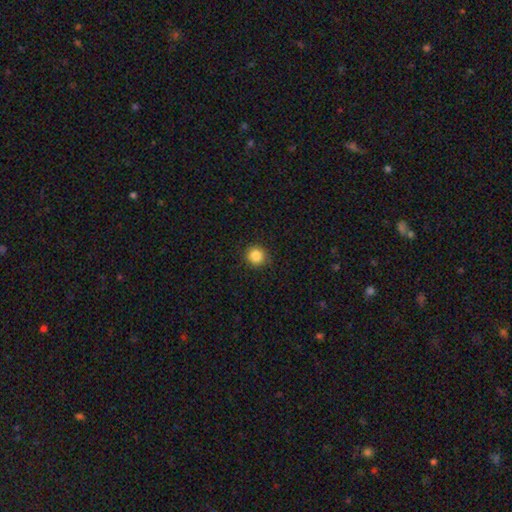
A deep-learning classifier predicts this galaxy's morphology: Smooth or featured?
  - smooth: 86% *
  - star or artifact: 10%
  - featured or disk: 4%
How rounded?
  - round: 93% *
  - in between: 6%
  - cigar-shaped: 1%
Merging?
  - none: 91% *
  - minor disturbance: 6%
  - major disturbance: 2%
  - merger: 1%